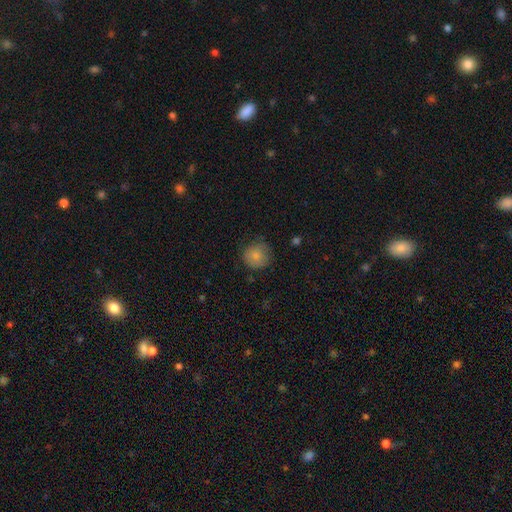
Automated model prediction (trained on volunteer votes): smooth-or-featured: smooth: 81% | star or artifact: 10% | featured or disk: 9%
  how-rounded: round: 91% | in between: 8% | cigar-shaped: 1%
  merging: none: 75% | minor disturbance: 19% | major disturbance: 4% | merger: 1%